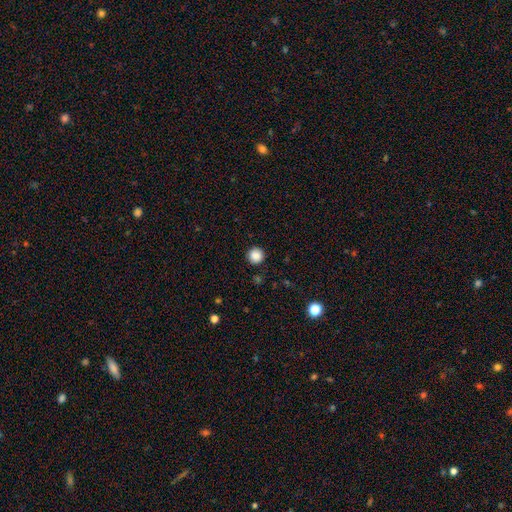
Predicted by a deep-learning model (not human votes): This is clearly a smooth galaxy (87%). How rounded: clearly round (95%). Merging: clearly none (92%).